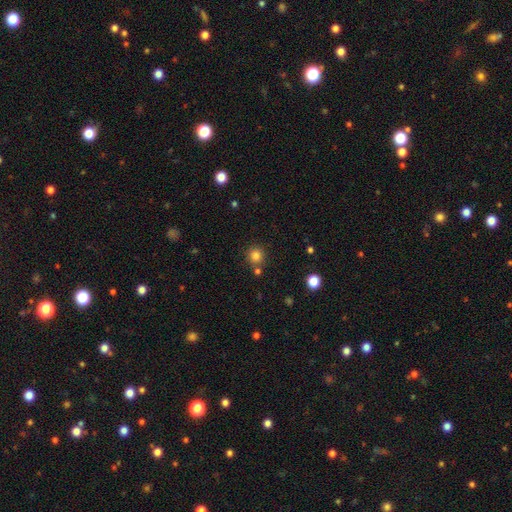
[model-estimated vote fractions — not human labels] Overall: smooth (81%). How rounded: round (92%). Merging: none (78%).